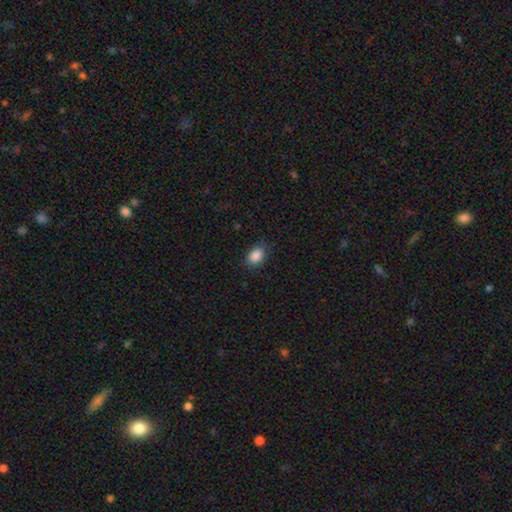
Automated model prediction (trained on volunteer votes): Smooth or featured? smooth (88%)
How rounded? in between (80%)
Merging? none (81%)